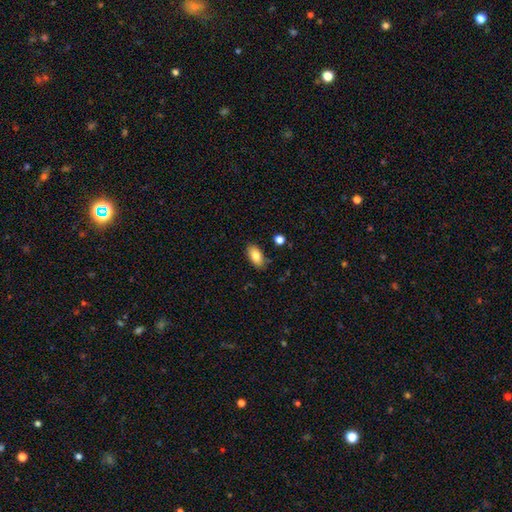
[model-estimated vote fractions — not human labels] Q: Smooth or featured?
A: smooth (83%); runner-up: featured or disk (10%)
Q: How rounded?
A: in between (92%); runner-up: round (4%)
Q: Merging?
A: none (83%); runner-up: minor disturbance (12%)